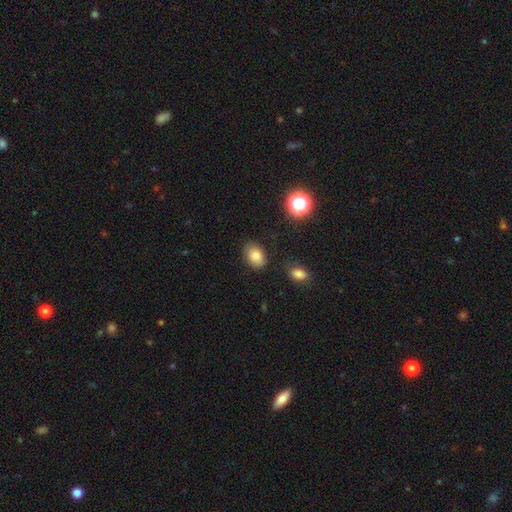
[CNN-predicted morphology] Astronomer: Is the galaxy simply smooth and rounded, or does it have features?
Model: smooth — 82%.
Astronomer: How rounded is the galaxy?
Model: in between — 79%.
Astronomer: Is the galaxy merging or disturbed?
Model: none — 82%.